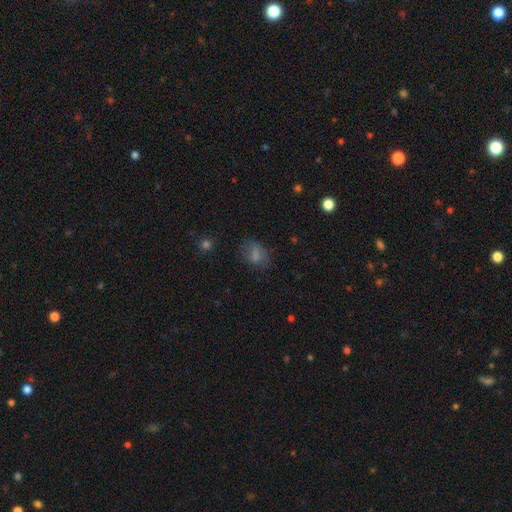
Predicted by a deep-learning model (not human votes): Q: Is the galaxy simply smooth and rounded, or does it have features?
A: smooth — 63%.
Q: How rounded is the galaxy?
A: in between — 73%.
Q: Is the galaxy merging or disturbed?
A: none — 65%.